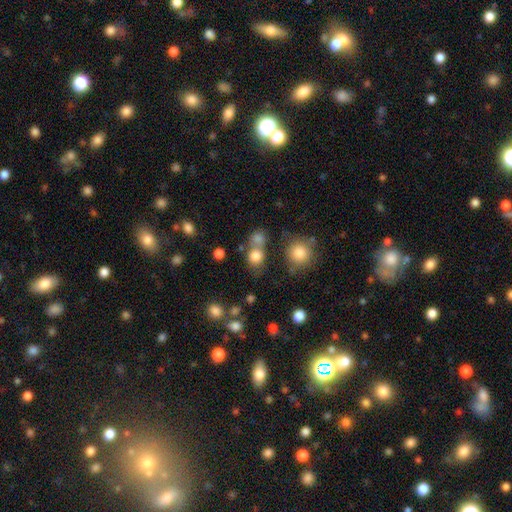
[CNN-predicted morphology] A smooth galaxy with no disk features (79%) that is round (76%).

Vote fractions:
- Smooth or featured? smooth: 79% / star or artifact: 13% / featured or disk: 7%
- How rounded? round: 76% / in between: 23% / cigar-shaped: 1%
- Merging? none: 52% / merger: 33% / minor disturbance: 10% / major disturbance: 5%